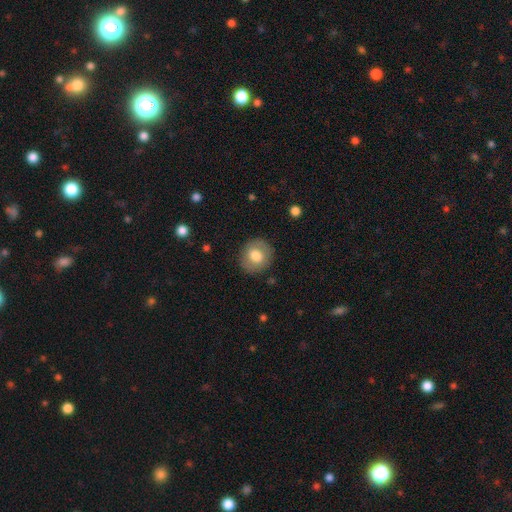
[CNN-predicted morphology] A smooth galaxy with no disk features (74%) that is round (85%). Merging: none (87%).